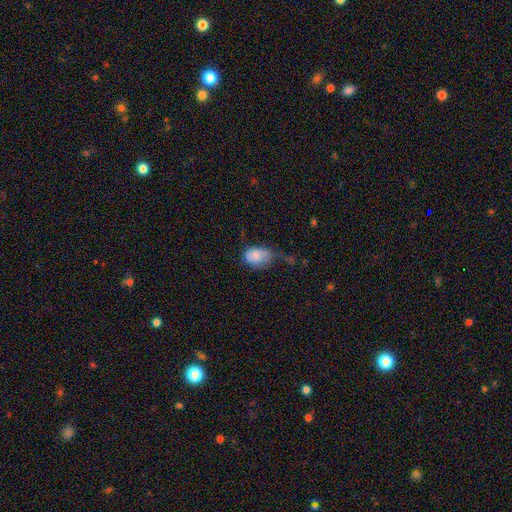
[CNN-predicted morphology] type=smooth (78%); roundness=in between (82%); merging=minor disturbance (38%).